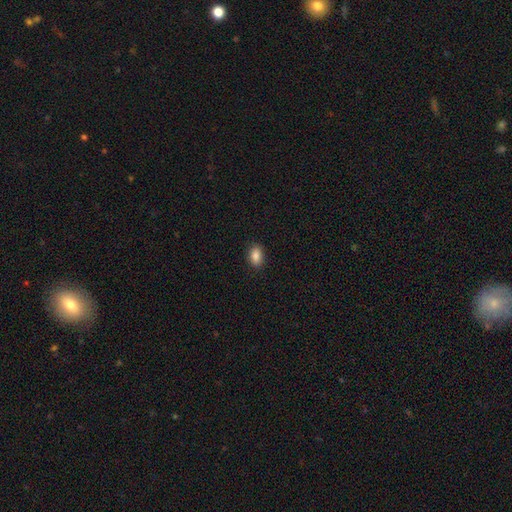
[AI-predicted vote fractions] Smooth or featured?
  - smooth: 87% *
  - star or artifact: 8%
  - featured or disk: 5%
How rounded?
  - in between: 87% *
  - round: 11%
  - cigar-shaped: 2%
Merging?
  - none: 89% *
  - minor disturbance: 8%
  - major disturbance: 2%
  - merger: 1%